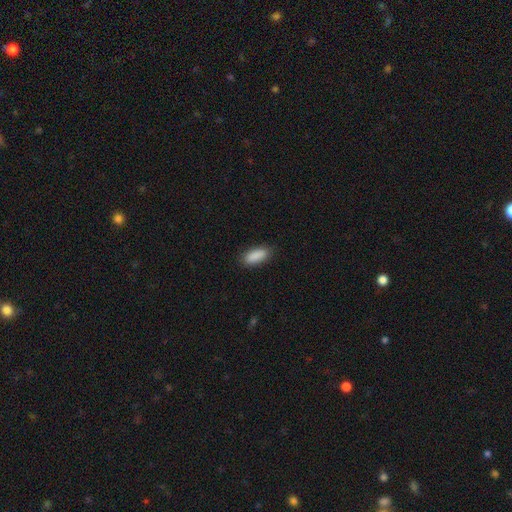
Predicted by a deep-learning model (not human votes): This is clearly a smooth galaxy (89%). How rounded: likely in between (73%). Merging: clearly none (85%).